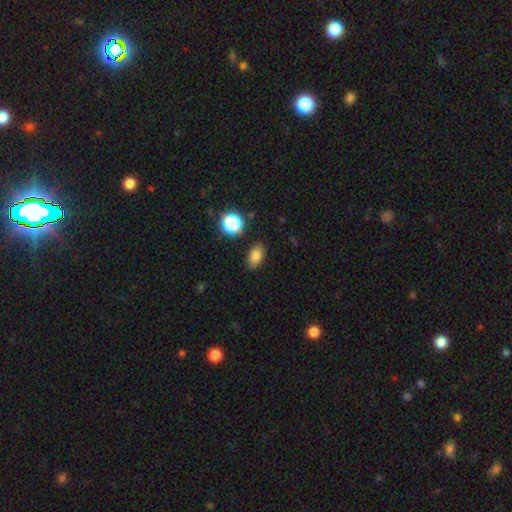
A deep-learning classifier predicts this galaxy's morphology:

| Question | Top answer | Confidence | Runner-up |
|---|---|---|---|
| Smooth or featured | smooth | 80% | star or artifact (12%) |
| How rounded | in between | 85% | round (13%) |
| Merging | none | 86% | minor disturbance (10%) |